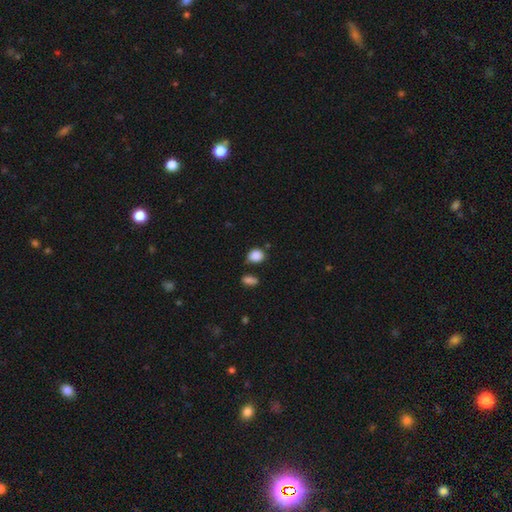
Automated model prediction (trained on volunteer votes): A smooth galaxy with no disk features (86%) that is round (52%). Merging: none (63%).